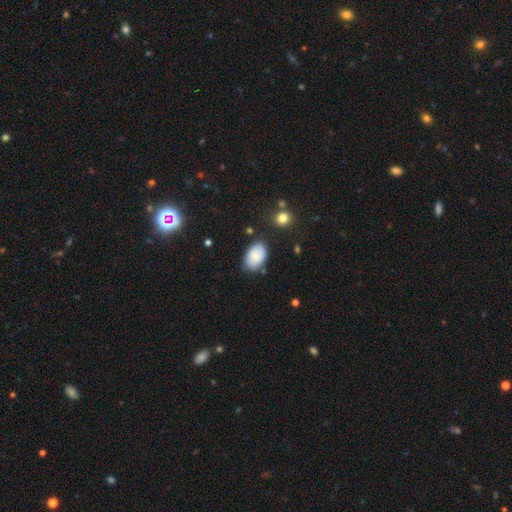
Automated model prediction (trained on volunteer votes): This appears to be a smooth galaxy with no disk features (78%) that is in between round and cigar-shaped (90%). Merging: none (73%).